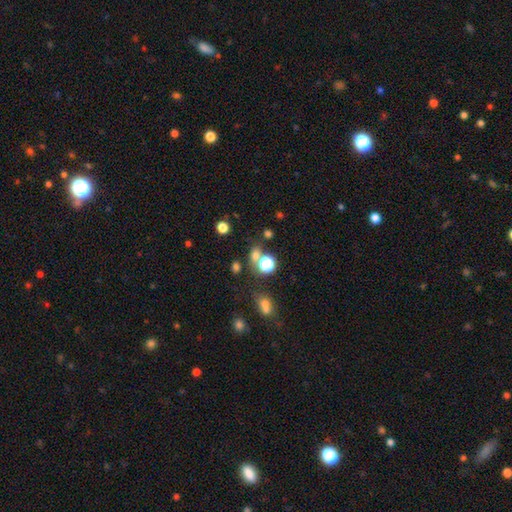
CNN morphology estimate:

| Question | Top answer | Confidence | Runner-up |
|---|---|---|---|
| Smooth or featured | smooth | 62% | star or artifact (28%) |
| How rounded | round | 61% | in between (37%) |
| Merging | none | 65% | merger (20%) |